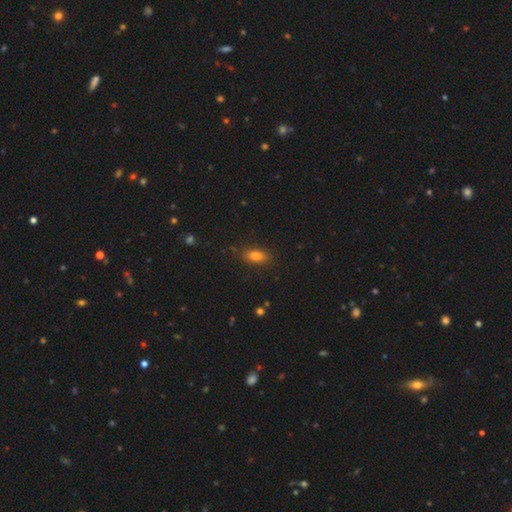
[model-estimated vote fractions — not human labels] The model was most divided on "smooth or featured": smooth: 79%, featured or disk: 10%, star or artifact: 10%. More confident: merging — none (84%); how rounded — in between (82%).